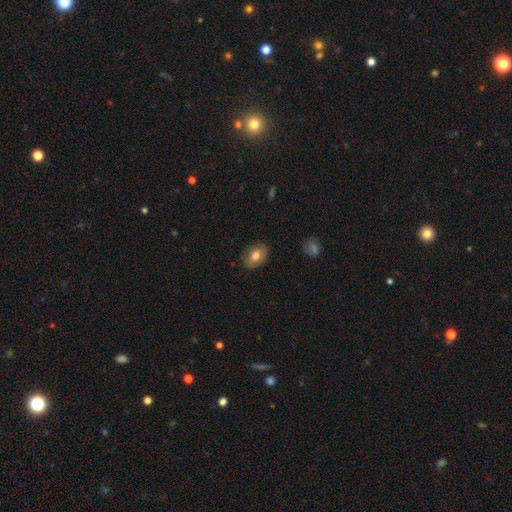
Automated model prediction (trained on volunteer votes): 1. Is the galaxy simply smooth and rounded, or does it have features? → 75% smooth, 17% featured or disk, 8% star or artifact.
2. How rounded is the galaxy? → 70% in between, 29% round, 1% cigar-shaped.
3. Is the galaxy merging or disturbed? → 85% none, 12% minor disturbance, 2% major disturbance, 1% merger.